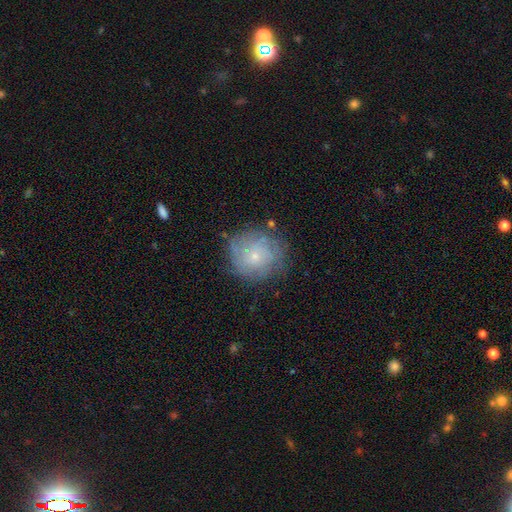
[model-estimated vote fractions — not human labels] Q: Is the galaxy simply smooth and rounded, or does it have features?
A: smooth — 45%.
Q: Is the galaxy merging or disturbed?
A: none — 73%.